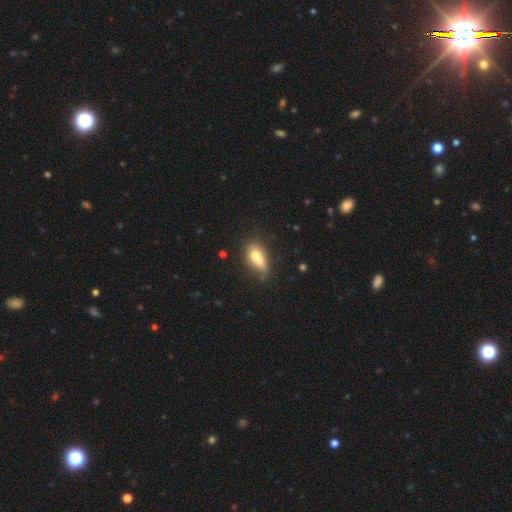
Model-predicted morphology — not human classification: This appears to be a smooth galaxy with no disk features (63%) that is in between round and cigar-shaped (73%). Merging: merger (39%).